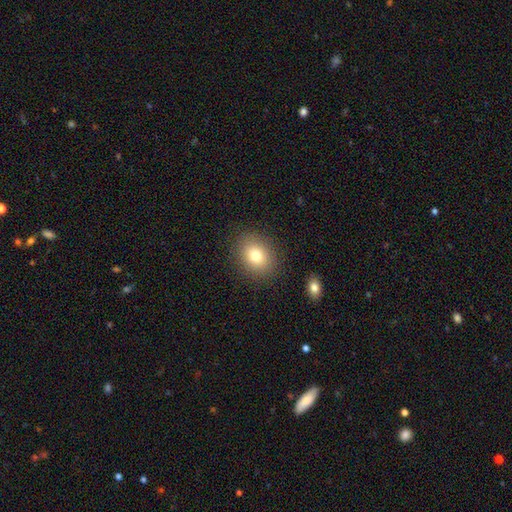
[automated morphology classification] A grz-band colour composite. It shows a smooth galaxy with no disk features (78%) that is round (53%). Merging: none (87%).